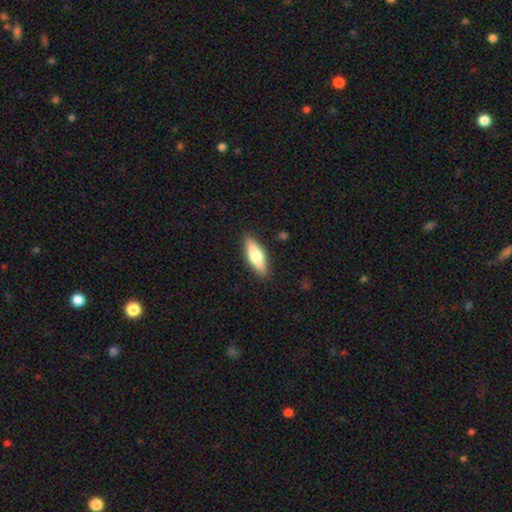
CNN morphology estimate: A smooth galaxy with no disk features (63%) that is in between round and cigar-shaped (52%).

Vote fractions:
- Smooth or featured? smooth: 63% / featured or disk: 31% / star or artifact: 6%
- How rounded? in between: 52% / cigar-shaped: 46% / round: 2%
- Merging? none: 88% / minor disturbance: 9% / major disturbance: 2% / merger: 1%